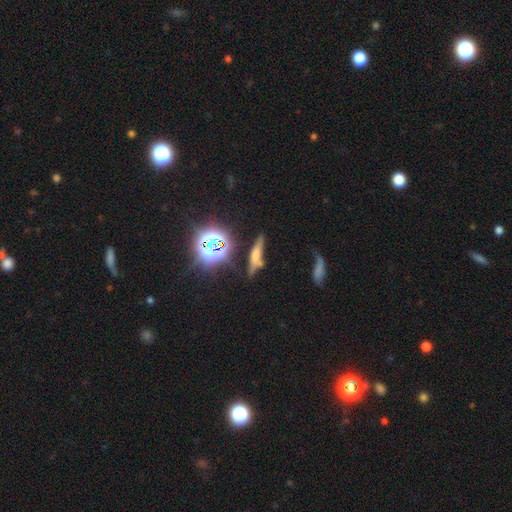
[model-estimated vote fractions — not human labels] Smooth or featured: smooth — 45% (featured or disk — 31%)
Merging: none — 60% (minor disturbance — 19%)